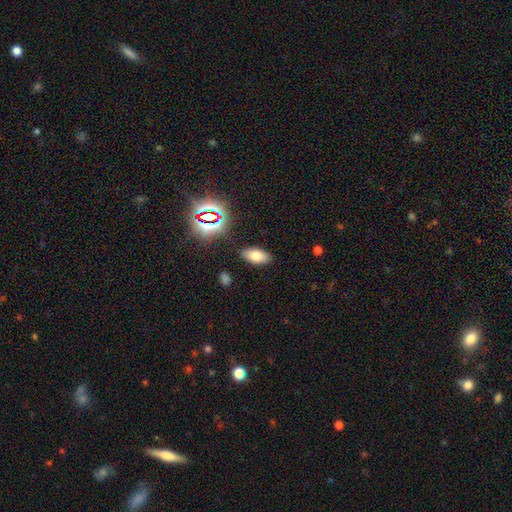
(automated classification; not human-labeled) Smooth or featured? Predicted: smooth (p=0.72). How rounded? Predicted: in between (p=0.89). Merging? Predicted: none (p=0.86).